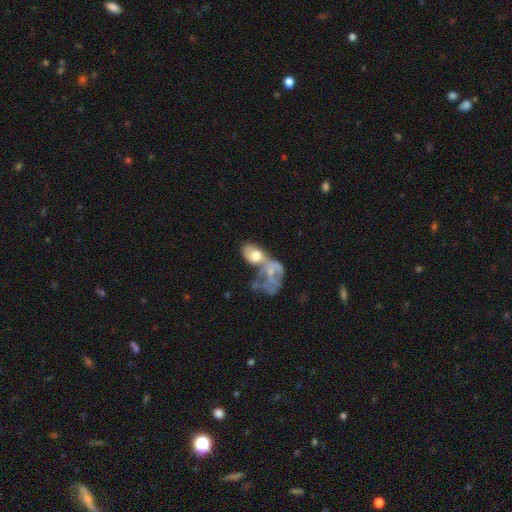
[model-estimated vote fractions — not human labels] Q: Smooth or featured?
A: smooth (46%); tied with: featured or disk (46%)
Q: Merging?
A: merger (69%); runner-up: major disturbance (15%)